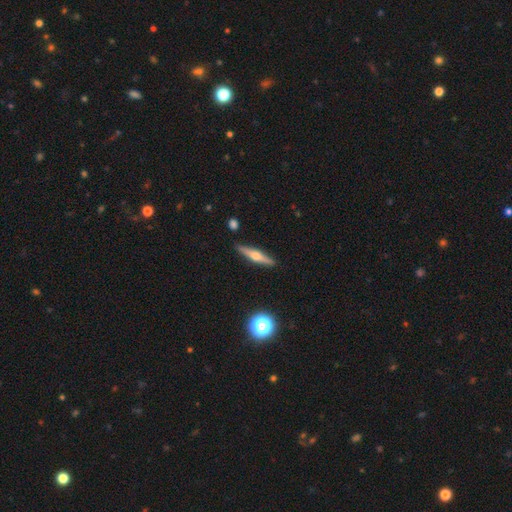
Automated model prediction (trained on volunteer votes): Smooth or featured? featured or disk (64%)
Edge-on disk? yes (97%)
Edge-on bulge? rounded (92%)
Merging? none (88%)